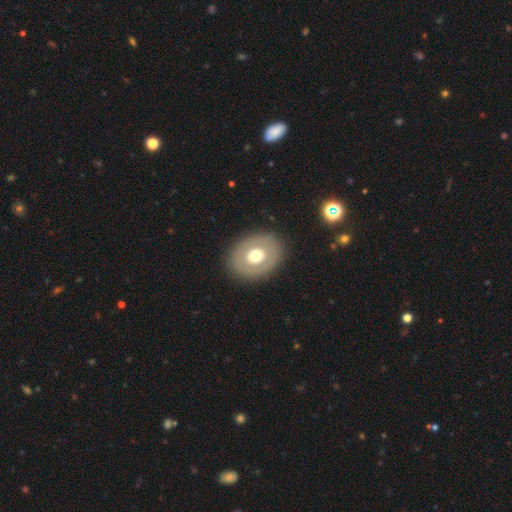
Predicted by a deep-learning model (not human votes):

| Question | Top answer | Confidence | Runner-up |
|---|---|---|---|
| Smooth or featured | smooth | 54% | featured or disk (40%) |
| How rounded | in between | 54% | round (45%) |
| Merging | none | 86% | minor disturbance (9%) |